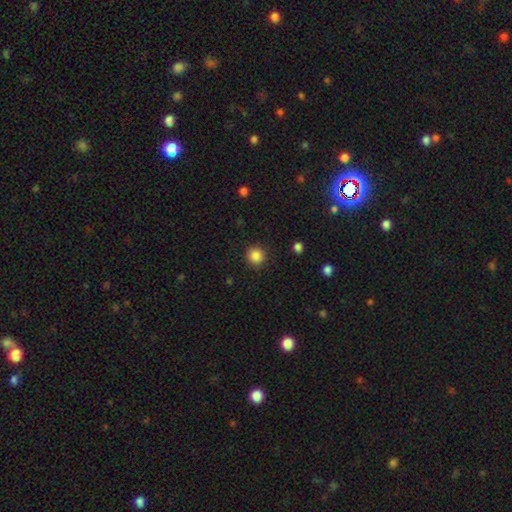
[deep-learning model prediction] A smooth galaxy with no disk features (86%) that is round (94%). Merging: none (90%).